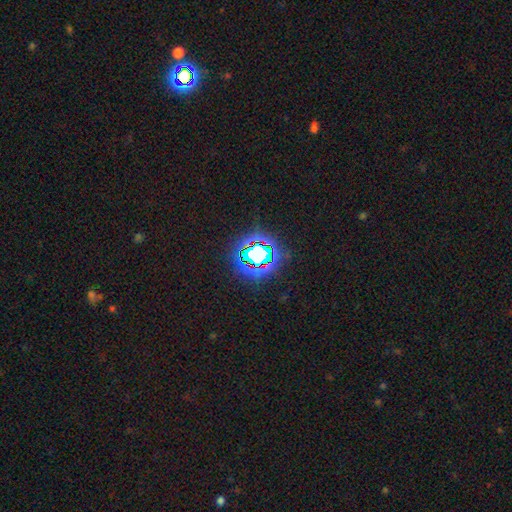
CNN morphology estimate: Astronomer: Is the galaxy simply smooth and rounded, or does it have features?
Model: star or artifact — 68%.